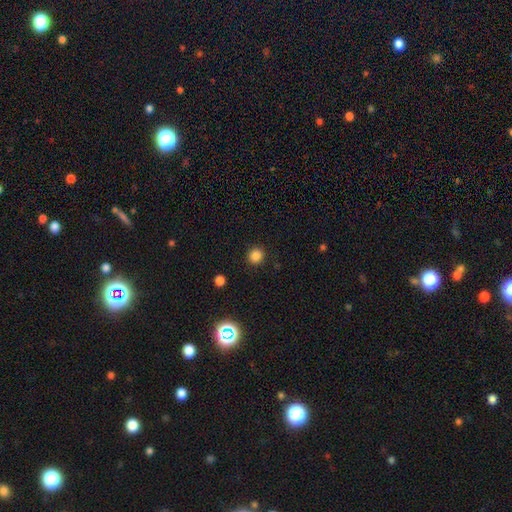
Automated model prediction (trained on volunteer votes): Smooth or featured? Predicted: smooth (p=0.84). How rounded? Predicted: round (p=0.92). Merging? Predicted: none (p=0.91).